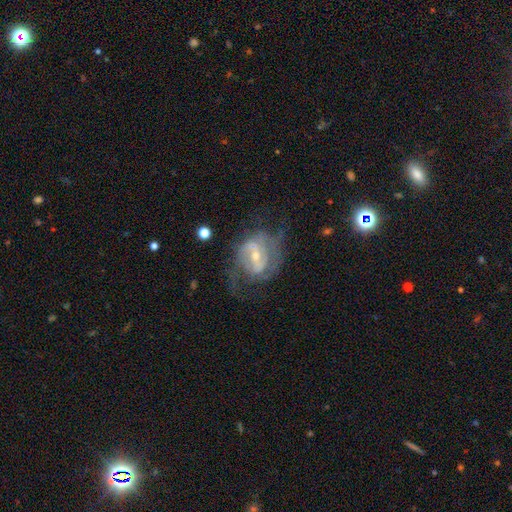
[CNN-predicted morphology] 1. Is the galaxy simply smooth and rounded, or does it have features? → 79% featured or disk, 14% smooth, 7% star or artifact.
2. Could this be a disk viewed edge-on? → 97% no, 3% yes.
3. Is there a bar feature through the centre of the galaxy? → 48% weak, 26% no, 26% strong.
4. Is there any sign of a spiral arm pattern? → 79% yes, 21% no.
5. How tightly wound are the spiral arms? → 41% medium, 38% tight, 20% loose.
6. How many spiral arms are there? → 52% 2, 30% can't tell, 8% 3, 6% 1, 3% 4, 2% more than 4.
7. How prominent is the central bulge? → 55% small, 40% moderate, 2% large, 2% none, 1% dominant.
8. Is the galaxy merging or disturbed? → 49% none, 26% major disturbance, 23% minor disturbance, 3% merger.